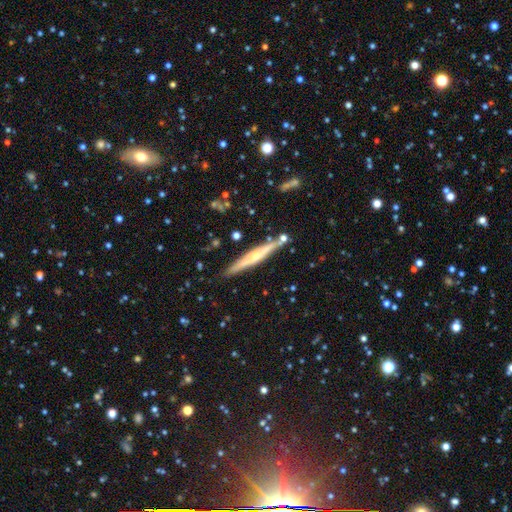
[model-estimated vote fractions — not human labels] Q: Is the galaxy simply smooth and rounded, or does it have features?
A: featured or disk — 67%.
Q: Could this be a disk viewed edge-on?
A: yes — 95%.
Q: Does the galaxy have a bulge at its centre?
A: rounded — 77%.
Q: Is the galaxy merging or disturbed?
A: none — 83%.